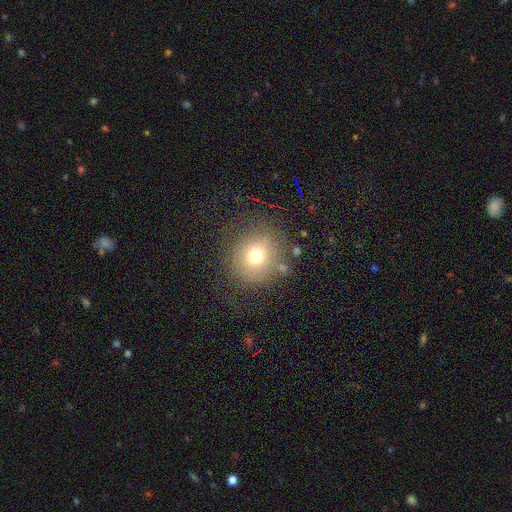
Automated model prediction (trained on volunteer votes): Smooth or featured? Predicted: smooth (p=0.70). How rounded? Predicted: round (p=0.88). Merging? Predicted: none (p=0.74).